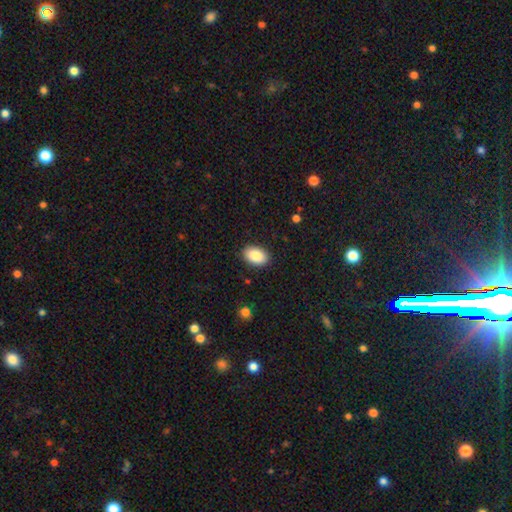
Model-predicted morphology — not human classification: smooth_or_featured: smooth (p=0.88) [alt: star or artifact p=0.07]
how_rounded: in between (p=0.89) [alt: round p=0.10]
merging: none (p=0.89) [alt: minor disturbance p=0.08]